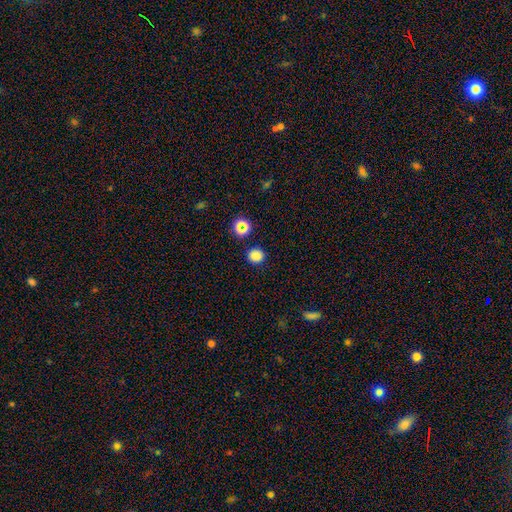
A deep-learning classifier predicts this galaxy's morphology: This is clearly a smooth galaxy (81%). How rounded: clearly round (85%). Merging: clearly none (88%).